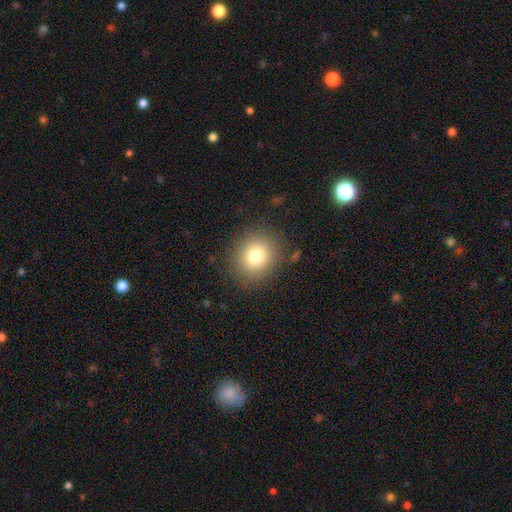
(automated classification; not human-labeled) A smooth galaxy with no disk features (79%) that is round (81%). Merging: none (86%).